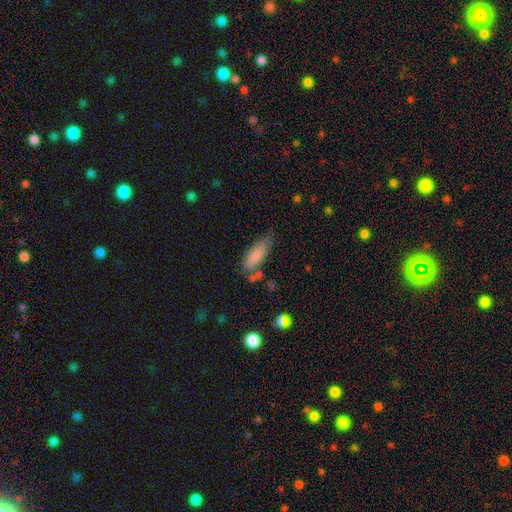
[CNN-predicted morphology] smooth 82%, featured or disk 11%, star or artifact 7%. Down the decision tree: how rounded — in between (69%); merging — none (60%).